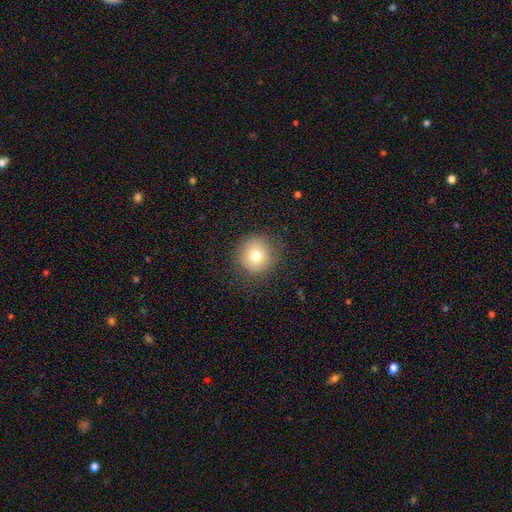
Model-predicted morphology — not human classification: smooth_or_featured: smooth (p=0.75) [alt: featured or disk p=0.13]
how_rounded: round (p=0.92) [alt: in between p=0.07]
merging: none (p=0.84) [alt: minor disturbance p=0.11]